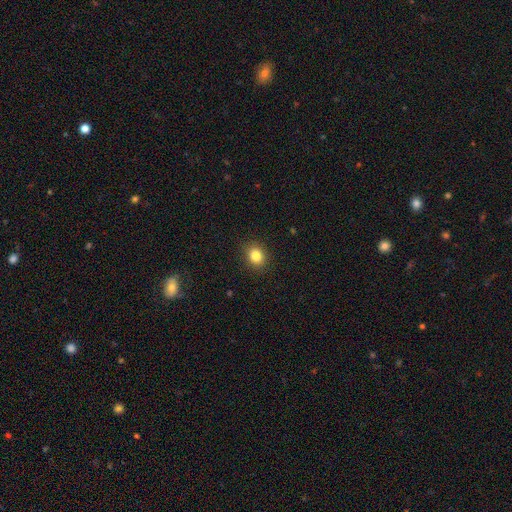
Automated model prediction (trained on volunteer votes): Overall: smooth (83%). How rounded: round (61%; in between 38%). Merging: none (89%).